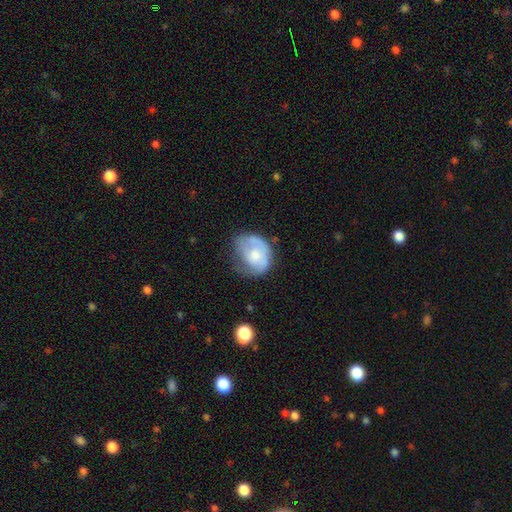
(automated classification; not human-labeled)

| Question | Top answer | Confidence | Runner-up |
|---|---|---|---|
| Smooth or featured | featured or disk | 48% | smooth (45%) |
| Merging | none | 38% | minor disturbance (32%) |